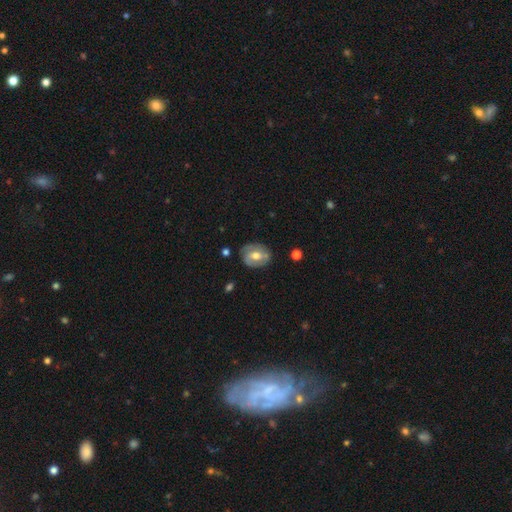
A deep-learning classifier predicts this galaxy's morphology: The model was most divided on "bar": weak: 42%, no: 39%, strong: 19%. More confident: edge-on disk — no (95%); merging — none (75%); bulge size — moderate (74%); spiral arms — yes (58%); smooth or featured — featured or disk (54%).